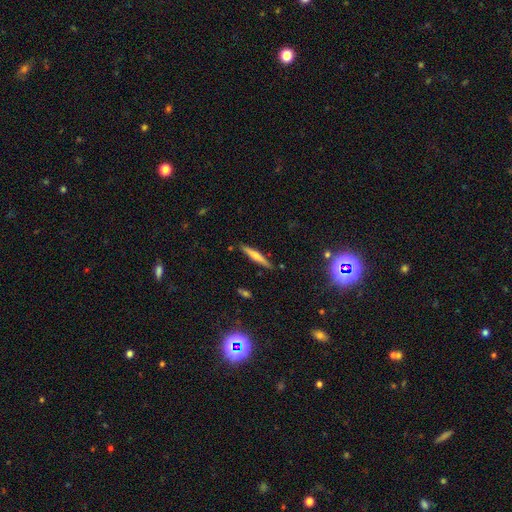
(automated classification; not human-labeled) smooth 48%, featured or disk 44%, star or artifact 8%. Down the decision tree: merging — none (88%).